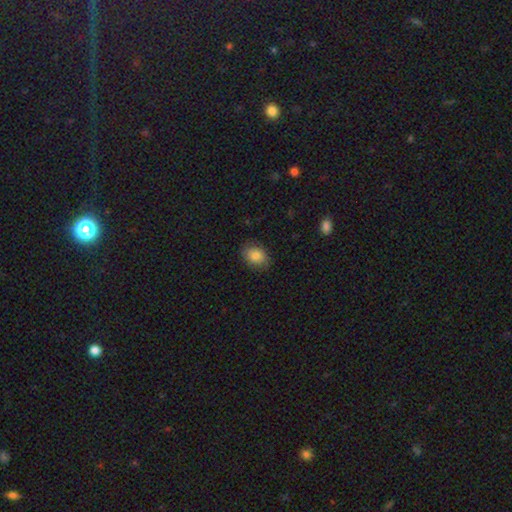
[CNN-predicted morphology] The model was most divided on "how rounded": in between: 63%, round: 36%, cigar-shaped: 1%. More confident: smooth or featured — smooth (81%); merging — none (79%).